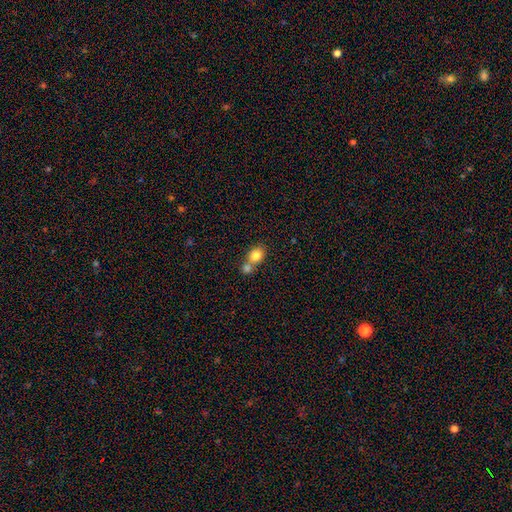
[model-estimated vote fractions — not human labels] Q: Smooth or featured?
A: smooth (81%); runner-up: star or artifact (9%)
Q: How rounded?
A: round (59%); runner-up: in between (40%)
Q: Merging?
A: merger (56%); runner-up: none (35%)